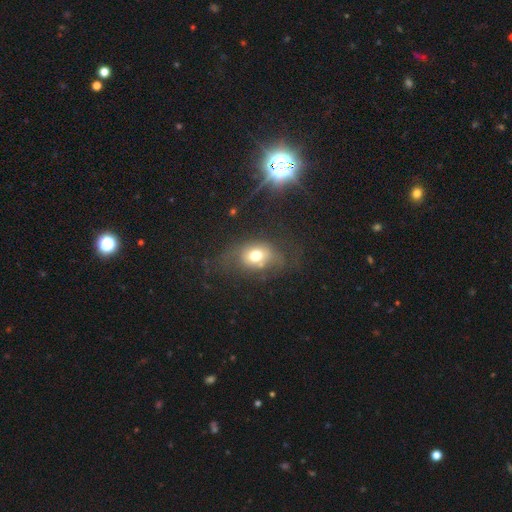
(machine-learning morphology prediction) Smooth or featured? smooth (64%)
How rounded? in between (58%)
Merging? none (46%)